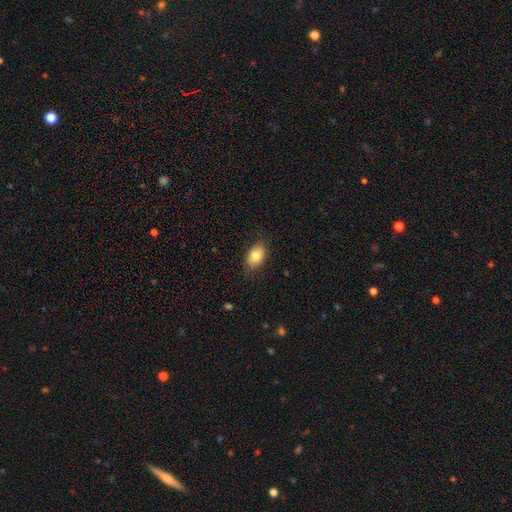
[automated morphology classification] This appears to be a smooth galaxy with no disk features (79%) that is in between round and cigar-shaped (84%). Merging: none (82%).